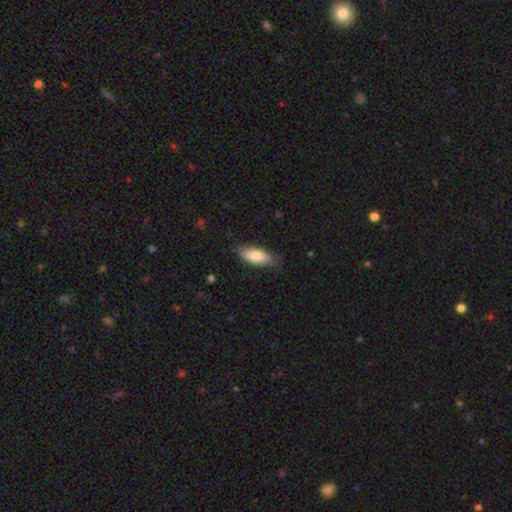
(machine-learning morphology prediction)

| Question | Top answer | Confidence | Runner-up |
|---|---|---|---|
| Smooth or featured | smooth | 78% | featured or disk (16%) |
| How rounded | in between | 80% | cigar-shaped (18%) |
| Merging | none | 77% | minor disturbance (19%) |